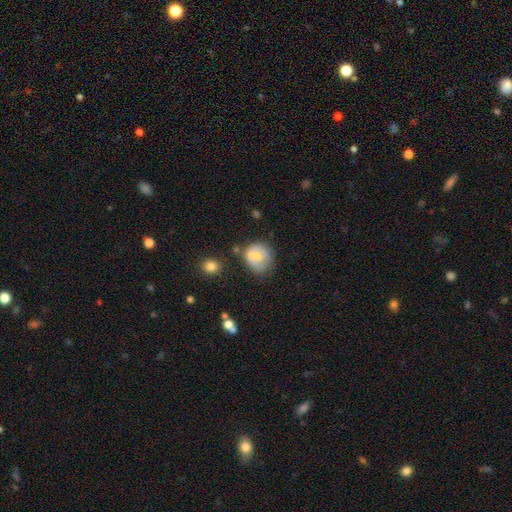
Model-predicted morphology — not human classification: This appears to be a smooth galaxy with no disk features (59%) that is round (74%). Merging: none (51%).